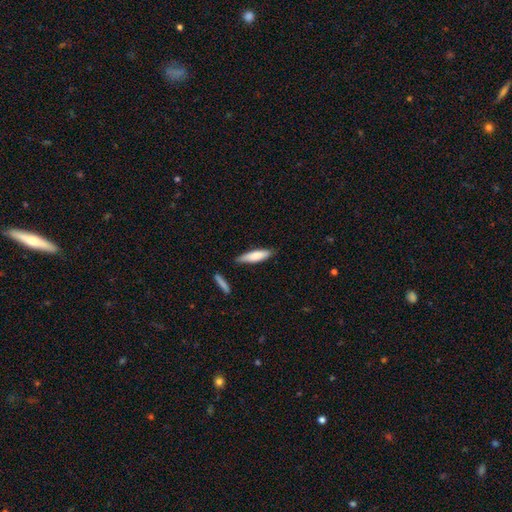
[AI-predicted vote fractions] smooth-or-featured: smooth: 79% | featured or disk: 15% | star or artifact: 6%
  how-rounded: cigar-shaped: 68% | in between: 31% | round: 1%
  merging: none: 78% | minor disturbance: 16% | merger: 4% | major disturbance: 3%